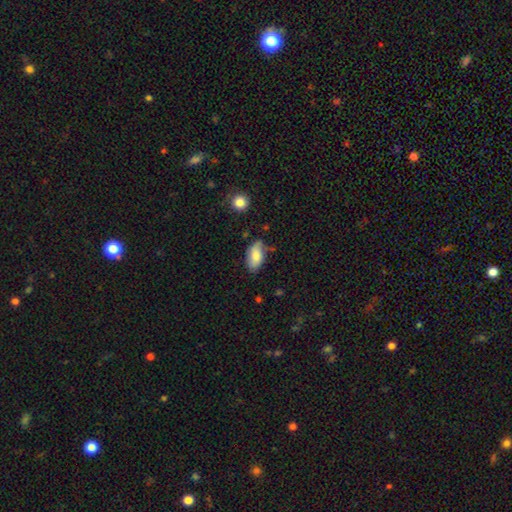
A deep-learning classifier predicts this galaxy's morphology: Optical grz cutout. It shows a smooth galaxy with no disk features (74%) that is in between round and cigar-shaped (93%). Merging: none (63%).